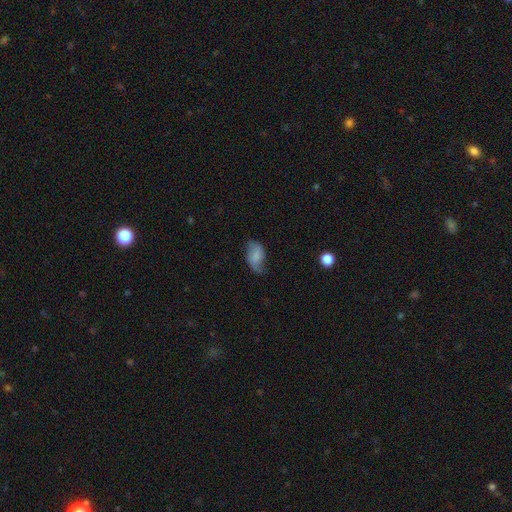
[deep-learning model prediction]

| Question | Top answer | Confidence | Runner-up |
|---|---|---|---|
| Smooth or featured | smooth | 62% | featured or disk (29%) |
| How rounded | in between | 92% | round (6%) |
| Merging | none | 54% | minor disturbance (31%) |